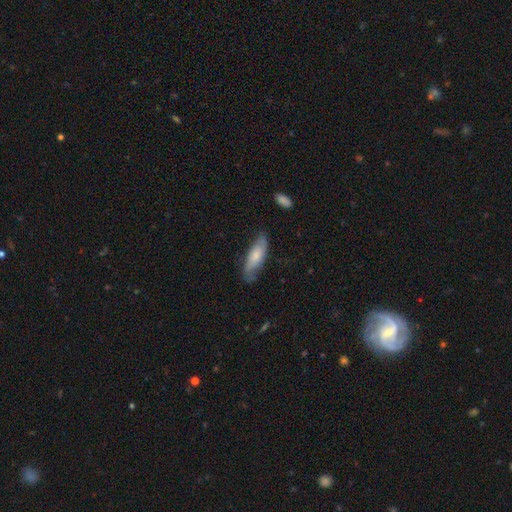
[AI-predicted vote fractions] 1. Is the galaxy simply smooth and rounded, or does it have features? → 66% smooth, 28% featured or disk, 6% star or artifact.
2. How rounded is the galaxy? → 55% in between, 43% cigar-shaped, 2% round.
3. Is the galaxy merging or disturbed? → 69% none, 24% minor disturbance, 5% major disturbance, 2% merger.